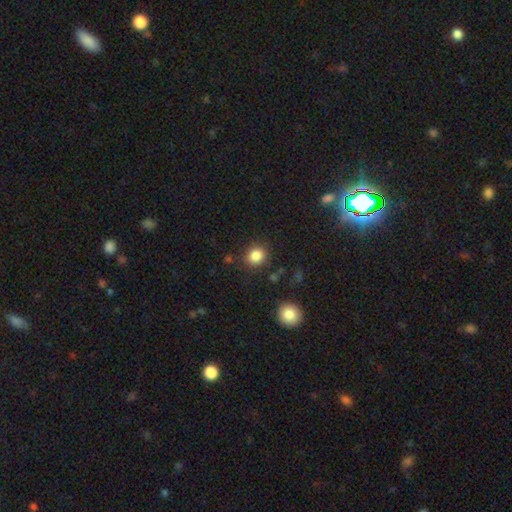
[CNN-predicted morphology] smooth 85%, star or artifact 10%, featured or disk 4%. Down the decision tree: how rounded — round (78%); merging — none (84%).